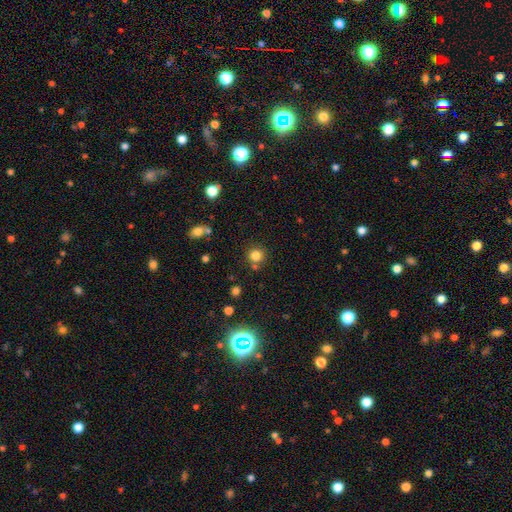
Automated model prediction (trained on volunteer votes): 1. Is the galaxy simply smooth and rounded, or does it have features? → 80% smooth, 14% star or artifact, 6% featured or disk.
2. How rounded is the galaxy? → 91% round, 8% in between, 1% cigar-shaped.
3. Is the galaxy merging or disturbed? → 74% none, 12% merger, 10% minor disturbance, 4% major disturbance.